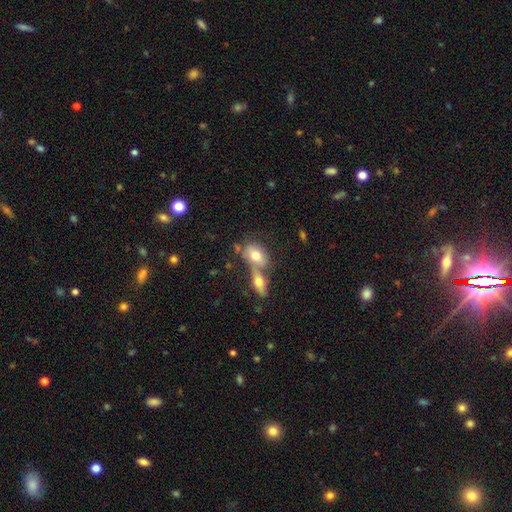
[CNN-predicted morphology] Smooth or featured? smooth (69%)
How rounded? in between (81%)
Merging? merger (57%)